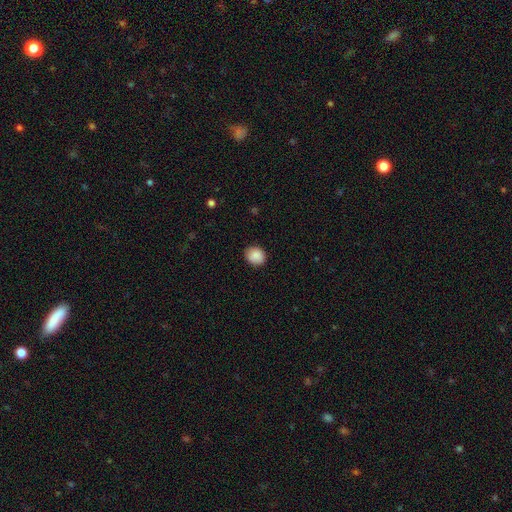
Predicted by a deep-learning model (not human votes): smooth 89%, star or artifact 8%, featured or disk 4%. Down the decision tree: how rounded — round (66%); merging — none (87%).